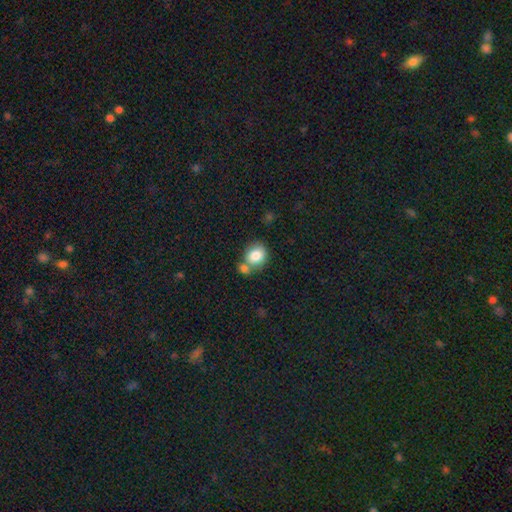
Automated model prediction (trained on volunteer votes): smooth-or-featured: smooth: 81% | featured or disk: 10% | star or artifact: 9%
  how-rounded: round: 65% | in between: 34% | cigar-shaped: 1%
  merging: none: 51% | merger: 33% | minor disturbance: 12% | major disturbance: 4%